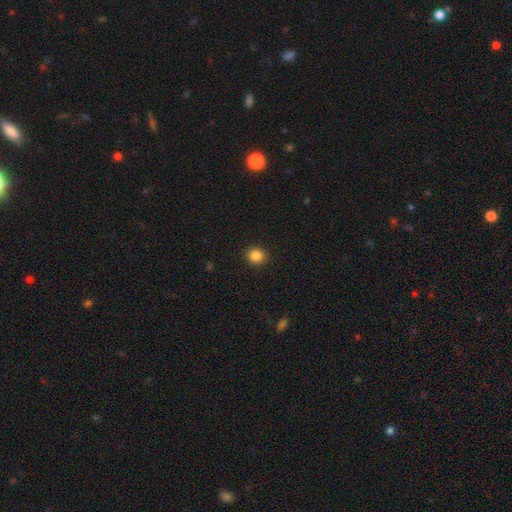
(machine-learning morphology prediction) A smooth galaxy with no disk features (86%) that is round (69%).

Vote fractions:
- Smooth or featured? smooth: 86% / star or artifact: 10% / featured or disk: 4%
- How rounded? round: 69% / in between: 30% / cigar-shaped: 1%
- Merging? none: 91% / minor disturbance: 6% / major disturbance: 2% / merger: 1%